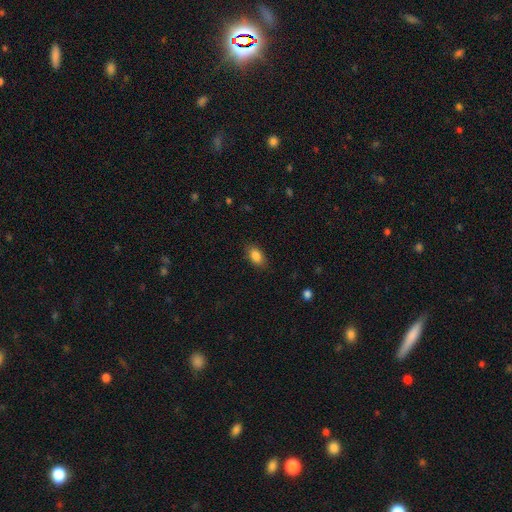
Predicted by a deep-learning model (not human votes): This is clearly a smooth galaxy (86%). How rounded: clearly in between (88%). Merging: clearly none (84%).